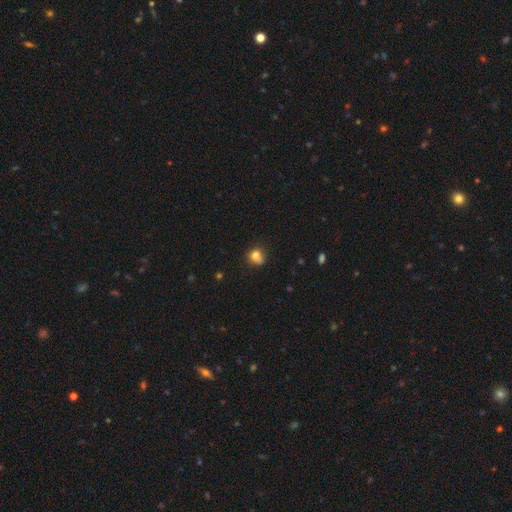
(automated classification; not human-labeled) smooth_or_featured: smooth (p=0.77) [alt: star or artifact p=0.12]
how_rounded: round (p=0.71) [alt: in between p=0.28]
merging: none (p=0.56) [alt: minor disturbance p=0.27]